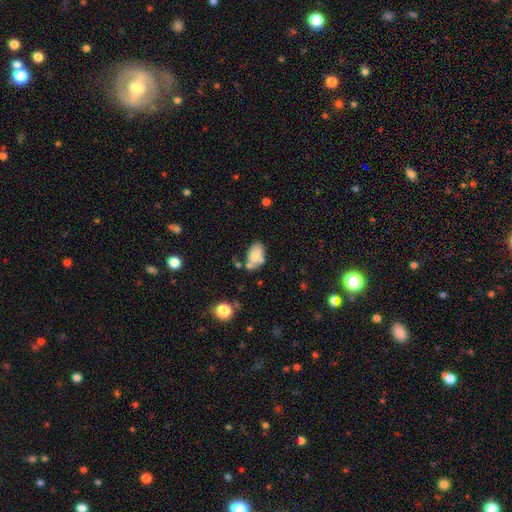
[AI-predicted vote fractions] This is likely a smooth galaxy (74%). How rounded: clearly in between (89%). Merging: possibly none (51%).